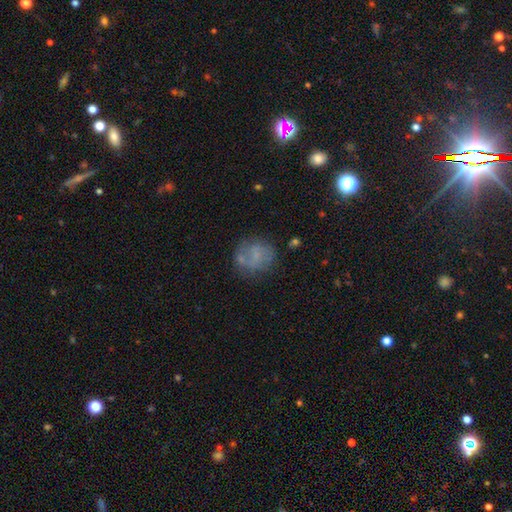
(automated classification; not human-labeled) Smooth or featured: smooth — 52% (featured or disk — 36%)
How rounded: round — 73% (in between — 26%)
Merging: none — 58% (minor disturbance — 21%)